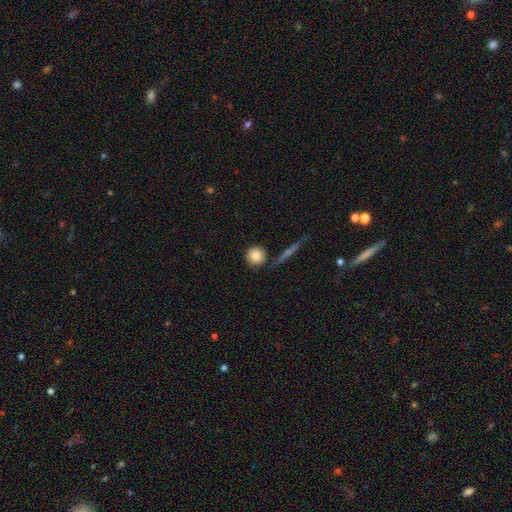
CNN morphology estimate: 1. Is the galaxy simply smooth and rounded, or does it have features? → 86% smooth, 8% star or artifact, 6% featured or disk.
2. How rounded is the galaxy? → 93% round, 5% in between, 2% cigar-shaped.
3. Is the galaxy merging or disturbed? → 84% none, 8% minor disturbance, 5% merger, 3% major disturbance.